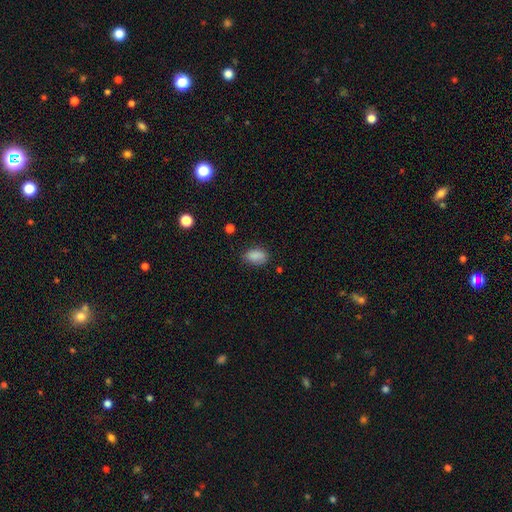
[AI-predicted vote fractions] Smooth or featured: smooth — 86% (star or artifact — 9%)
How rounded: in between — 88% (round — 10%)
Merging: none — 73% (minor disturbance — 21%)